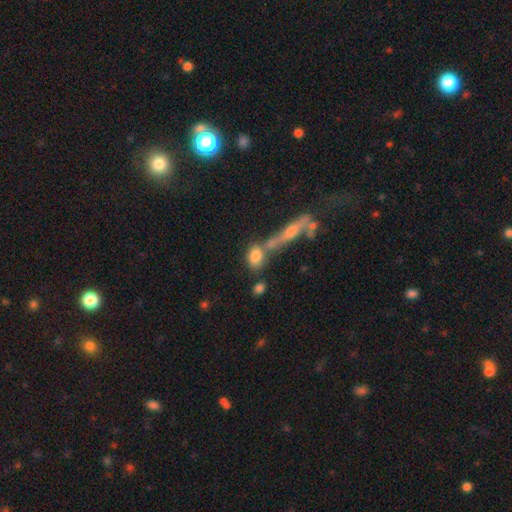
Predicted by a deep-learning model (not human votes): Morphology: type=smooth (78%); roundness=in between (66%); merging=none (50%).